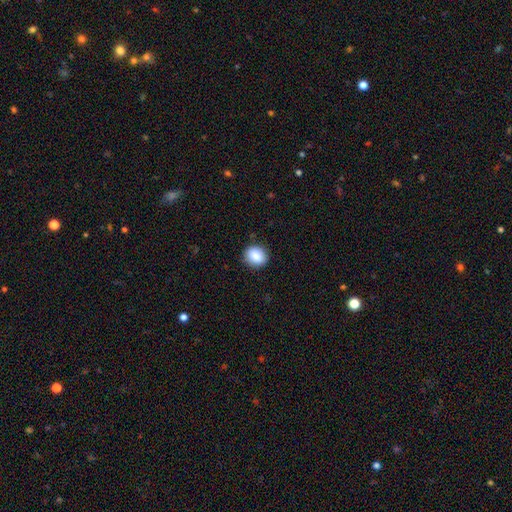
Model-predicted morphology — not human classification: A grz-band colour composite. It shows a smooth galaxy with no disk features (86%) that is round (60%). Merging: none (85%).